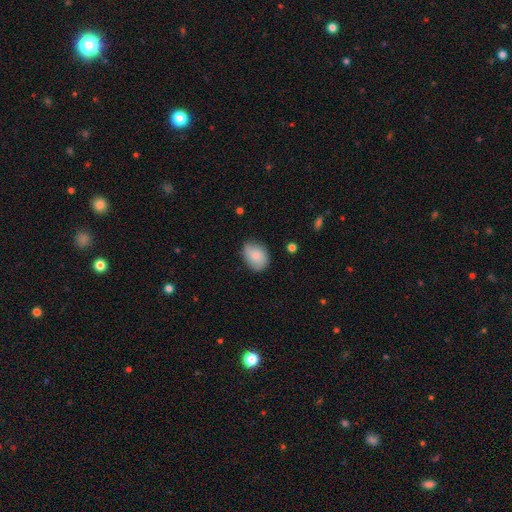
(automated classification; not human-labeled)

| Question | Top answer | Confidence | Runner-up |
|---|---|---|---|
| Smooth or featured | smooth | 78% | featured or disk (15%) |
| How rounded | in between | 67% | round (32%) |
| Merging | none | 66% | minor disturbance (27%) |